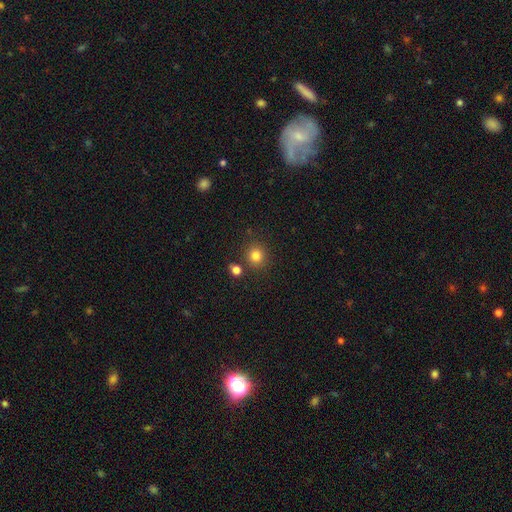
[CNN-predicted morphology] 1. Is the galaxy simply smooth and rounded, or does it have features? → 82% smooth, 13% star or artifact, 5% featured or disk.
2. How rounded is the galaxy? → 89% round, 10% in between, 1% cigar-shaped.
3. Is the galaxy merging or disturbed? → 81% none, 8% minor disturbance, 8% merger, 3% major disturbance.